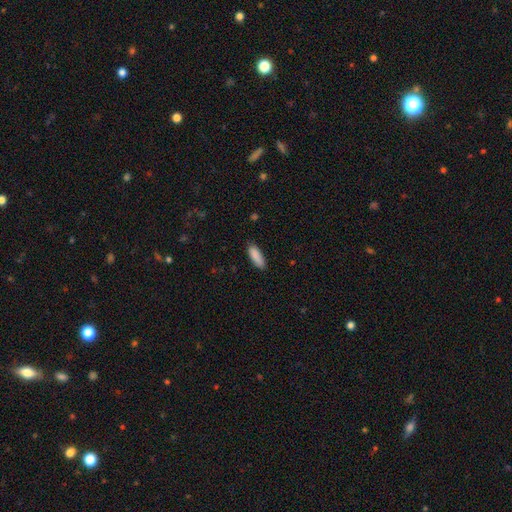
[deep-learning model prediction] Smooth or featured? smooth (89%)
How rounded? in between (61%)
Merging? none (85%)